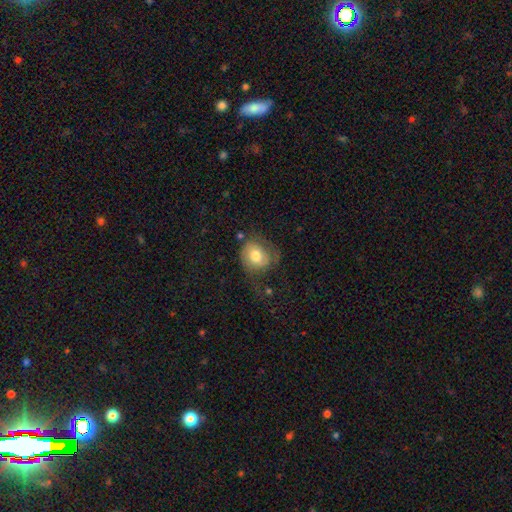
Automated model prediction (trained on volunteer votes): A smooth galaxy with no disk features (67%) that is round (64%). Merging: none (45%).